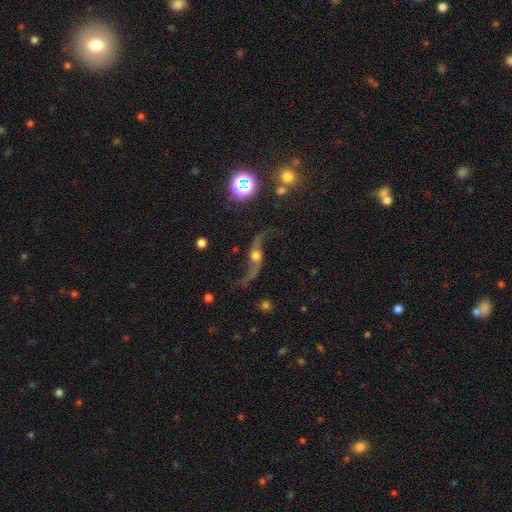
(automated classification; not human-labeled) The model was most divided on "bulge size": moderate: 53%, large: 22%, small: 17%, dominant: 4%, none: 4%. More confident: spiral arms — yes (96%); spiral winding — loose (94%); spiral arm count — 2 (94%); edge-on disk — no (89%); smooth or featured — featured or disk (86%); merging — none (70%); bar — no (61%).